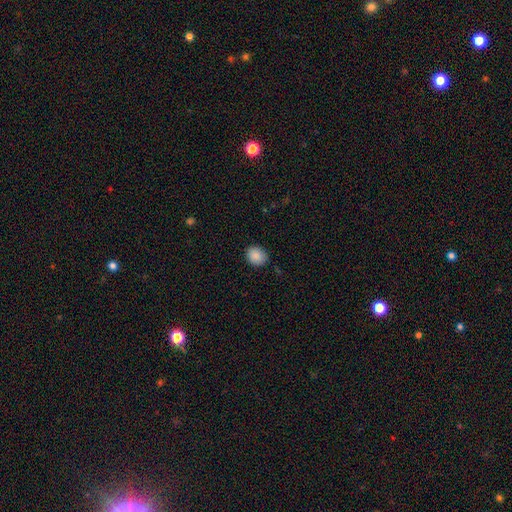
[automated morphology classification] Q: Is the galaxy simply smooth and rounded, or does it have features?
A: smooth — 88%.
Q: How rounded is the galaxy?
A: round — 56%.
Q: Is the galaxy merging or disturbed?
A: none — 83%.